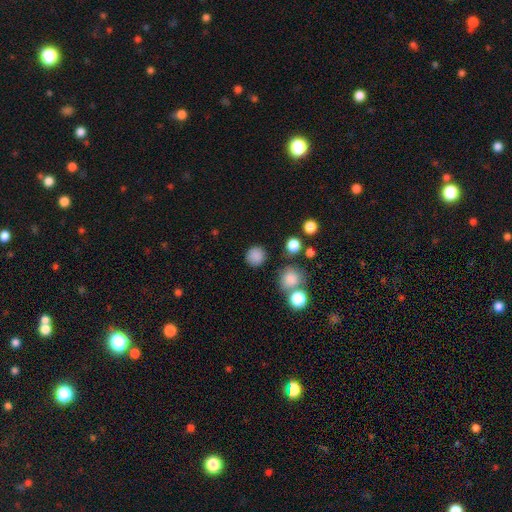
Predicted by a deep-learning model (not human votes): smooth_or_featured: smooth (p=0.84) [alt: star or artifact p=0.12]
how_rounded: round (p=0.89) [alt: in between p=0.10]
merging: none (p=0.82) [alt: minor disturbance p=0.10]